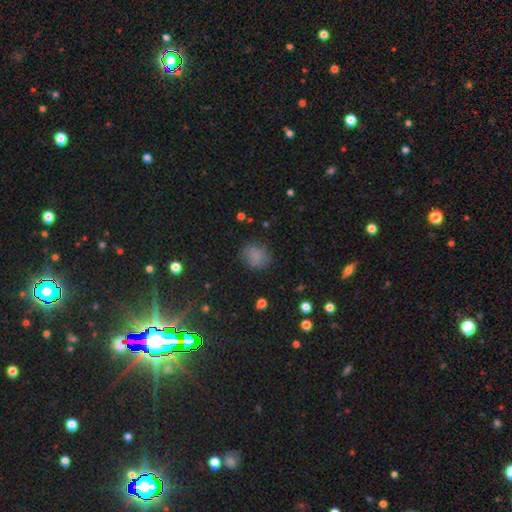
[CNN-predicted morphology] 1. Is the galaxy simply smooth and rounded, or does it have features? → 74% smooth, 14% star or artifact, 12% featured or disk.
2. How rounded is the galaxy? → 75% round, 24% in between, 1% cigar-shaped.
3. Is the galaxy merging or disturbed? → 80% none, 14% minor disturbance, 5% major disturbance, 1% merger.